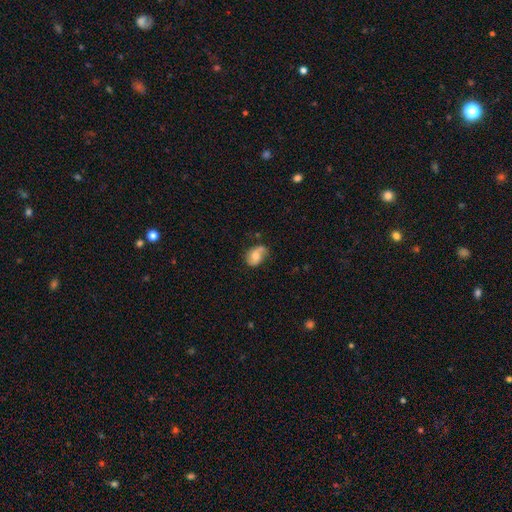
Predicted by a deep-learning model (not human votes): A smooth galaxy with no disk features (55%) that is in between round and cigar-shaped (67%). Merging: none (51%).